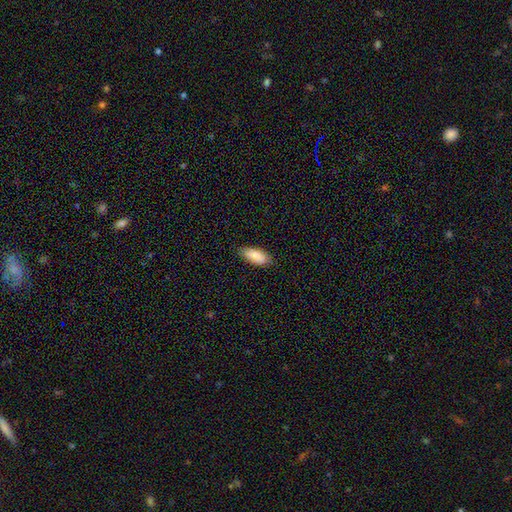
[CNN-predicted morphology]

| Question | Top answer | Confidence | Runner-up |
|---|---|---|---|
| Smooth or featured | smooth | 83% | featured or disk (11%) |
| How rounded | in between | 85% | cigar-shaped (13%) |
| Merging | none | 82% | minor disturbance (15%) |